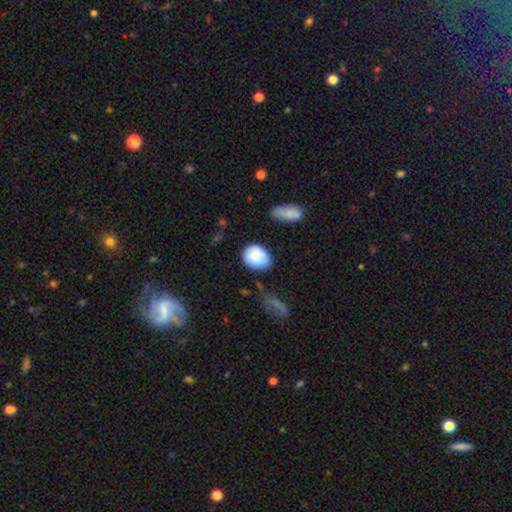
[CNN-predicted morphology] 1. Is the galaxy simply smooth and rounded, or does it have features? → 81% smooth, 12% featured or disk, 7% star or artifact.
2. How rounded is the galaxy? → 50% in between, 49% round, 1% cigar-shaped.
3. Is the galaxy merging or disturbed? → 65% none, 25% minor disturbance, 6% major disturbance, 5% merger.